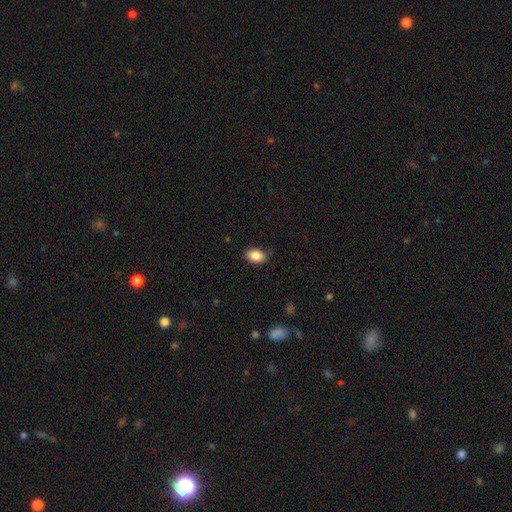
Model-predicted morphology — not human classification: smooth 88%, star or artifact 8%, featured or disk 5%. Down the decision tree: how rounded — in between (82%); merging — none (84%).